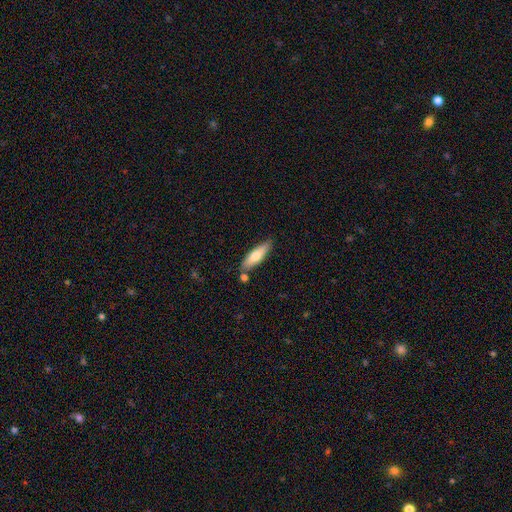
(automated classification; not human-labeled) smooth_or_featured: smooth (p=0.65) [alt: featured or disk p=0.29]
how_rounded: cigar-shaped (p=0.56) [alt: in between p=0.42]
merging: none (p=0.77) [alt: minor disturbance p=0.13]